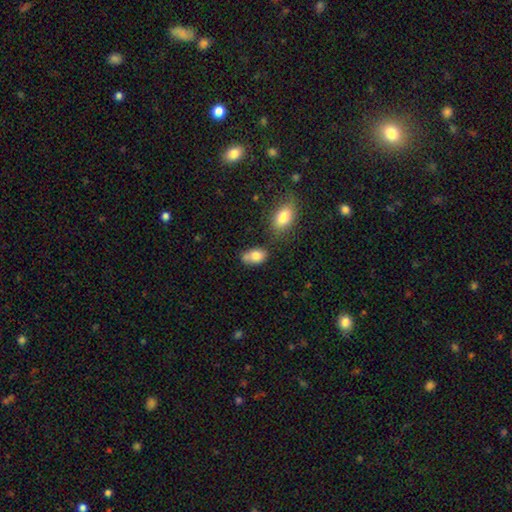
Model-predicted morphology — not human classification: A smooth galaxy with no disk features (81%) that is in between round and cigar-shaped (86%).

Vote fractions:
- Smooth or featured? smooth: 81% / featured or disk: 11% / star or artifact: 8%
- How rounded? in between: 86% / round: 12% / cigar-shaped: 2%
- Merging? none: 44% / minor disturbance: 27% / merger: 20% / major disturbance: 9%